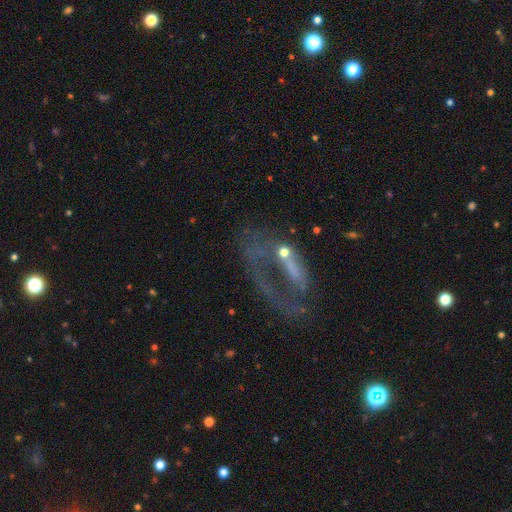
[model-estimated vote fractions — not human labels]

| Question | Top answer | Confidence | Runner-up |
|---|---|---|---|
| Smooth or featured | featured or disk | 63% | smooth (19%) |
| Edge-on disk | no | 94% | yes (6%) |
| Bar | no | 70% | weak (20%) |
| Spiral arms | no | 63% | yes (37%) |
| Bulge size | none | 39% | small (35%) |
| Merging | major disturbance | 46% | none (29%) |